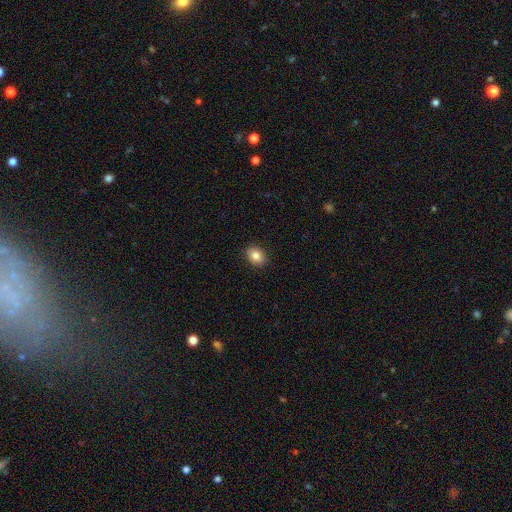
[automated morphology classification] smooth 84%, star or artifact 9%, featured or disk 8%. Down the decision tree: how rounded — in between (61%); merging — none (91%).